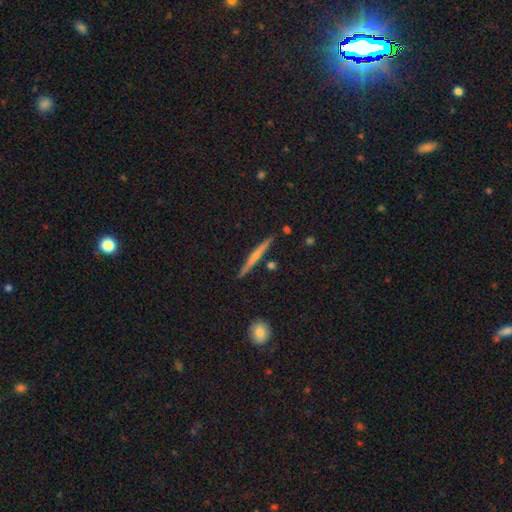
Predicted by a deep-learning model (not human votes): featured or disk 53%, smooth 41%, star or artifact 6%. Down the decision tree: edge-on disk — yes (97%); edge-on bulge — none (52%); merging — none (88%).